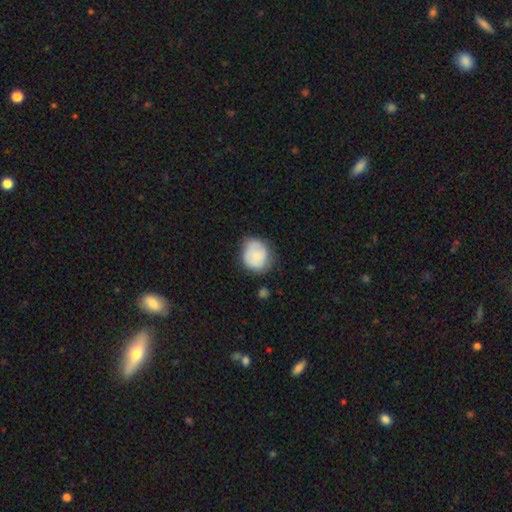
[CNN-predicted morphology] Q: Smooth or featured?
A: smooth (62%); runner-up: featured or disk (31%)
Q: How rounded?
A: round (69%); runner-up: in between (30%)
Q: Merging?
A: none (61%); runner-up: minor disturbance (29%)